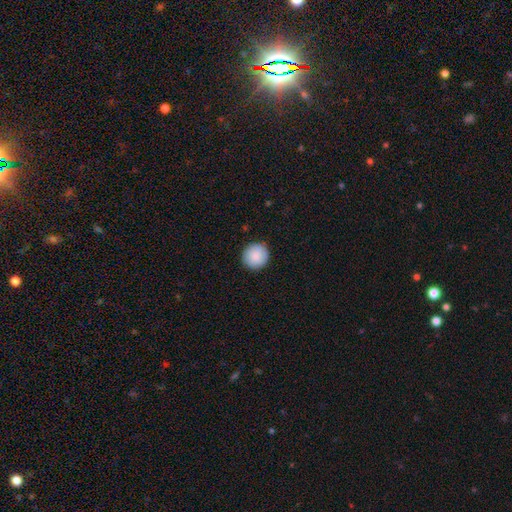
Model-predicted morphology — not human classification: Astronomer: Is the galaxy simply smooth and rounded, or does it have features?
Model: smooth — 87%.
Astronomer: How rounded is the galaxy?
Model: round — 95%.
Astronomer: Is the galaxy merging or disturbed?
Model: none — 90%.